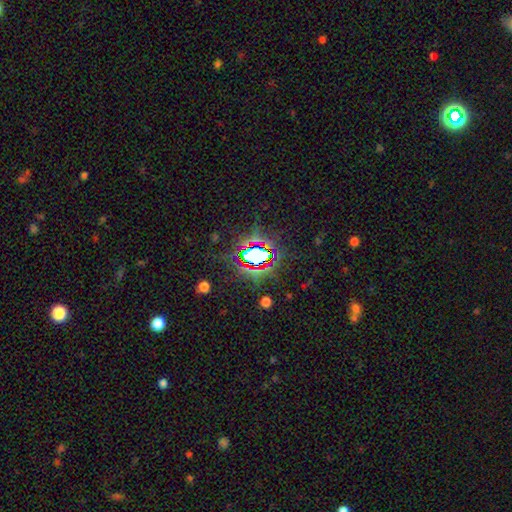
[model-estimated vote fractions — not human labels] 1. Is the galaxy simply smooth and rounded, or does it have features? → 73% star or artifact, 16% smooth, 11% featured or disk.